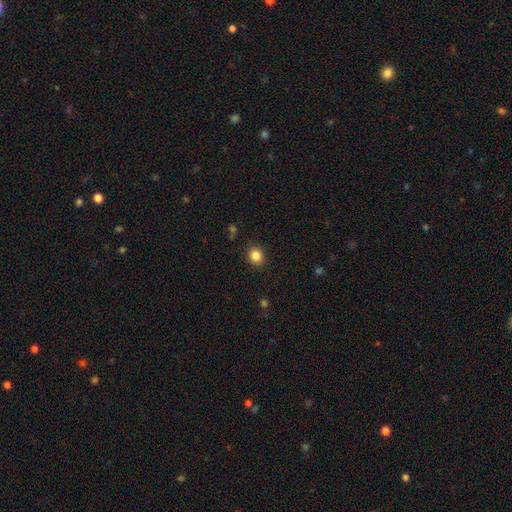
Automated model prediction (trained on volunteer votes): Smooth or featured? Predicted: smooth (p=0.85). How rounded? Predicted: round (p=0.77). Merging? Predicted: none (p=0.89).